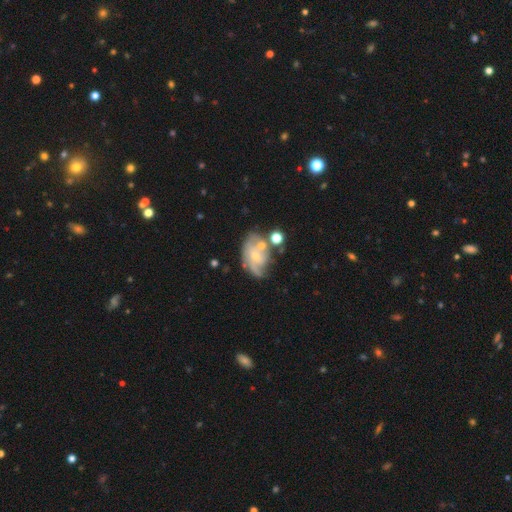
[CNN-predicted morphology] This is likely a featured or disk galaxy (69%). It is clearly not viewed edge-on (96%). Bar: likely no (62%). Spiral arm pattern: likely yes (80%). Spiral arm count: marginally can't tell (37%). Spiral winding: marginally medium (40%). Central bulge: likely small (65%). Merging: marginally none (40%).